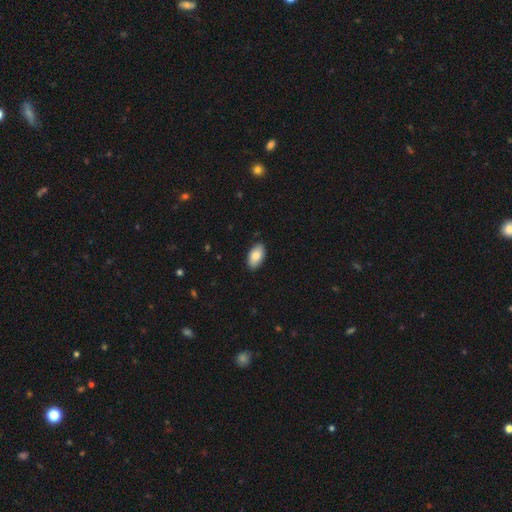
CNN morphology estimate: Smooth or featured: smooth — 85% (featured or disk — 9%)
How rounded: in between — 95% (round — 3%)
Merging: none — 87% (minor disturbance — 10%)